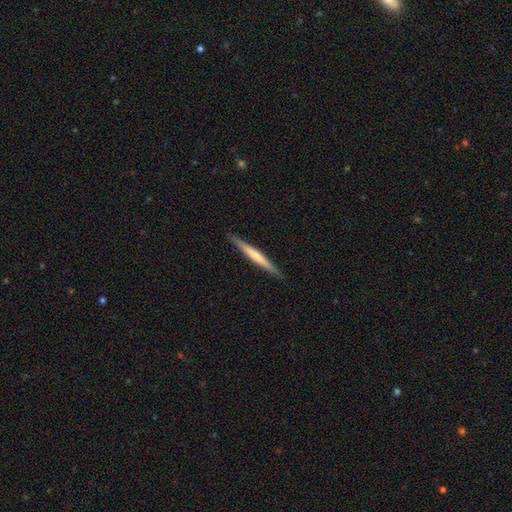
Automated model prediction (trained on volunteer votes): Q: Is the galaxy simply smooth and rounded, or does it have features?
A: smooth — 49%.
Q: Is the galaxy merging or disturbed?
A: none — 91%.